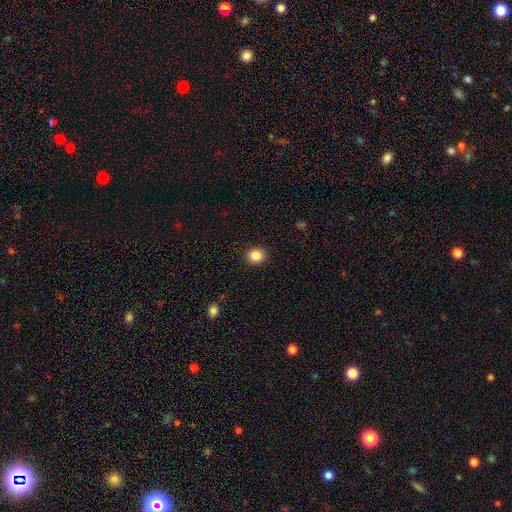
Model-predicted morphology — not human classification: Overall: smooth (86%). How rounded: round (81%). Merging: none (91%).